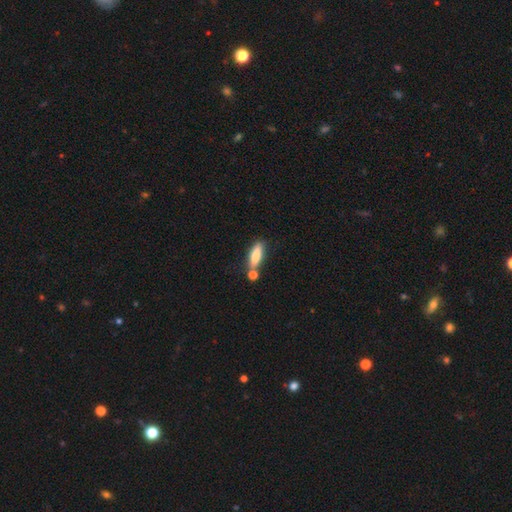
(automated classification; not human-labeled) smooth-or-featured: smooth: 80% | featured or disk: 13% | star or artifact: 7%
  how-rounded: in between: 49% | cigar-shaped: 48% | round: 3%
  merging: none: 59% | merger: 23% | minor disturbance: 14% | major disturbance: 4%